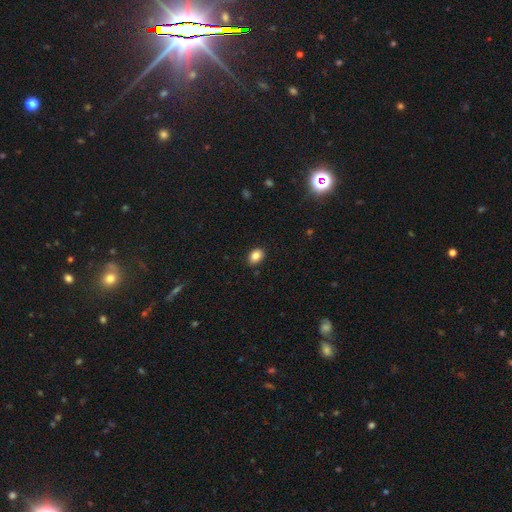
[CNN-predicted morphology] smooth-or-featured: smooth: 86% | star or artifact: 9% | featured or disk: 5%
  how-rounded: in between: 72% | round: 27% | cigar-shaped: 1%
  merging: none: 88% | minor disturbance: 9% | major disturbance: 2% | merger: 1%